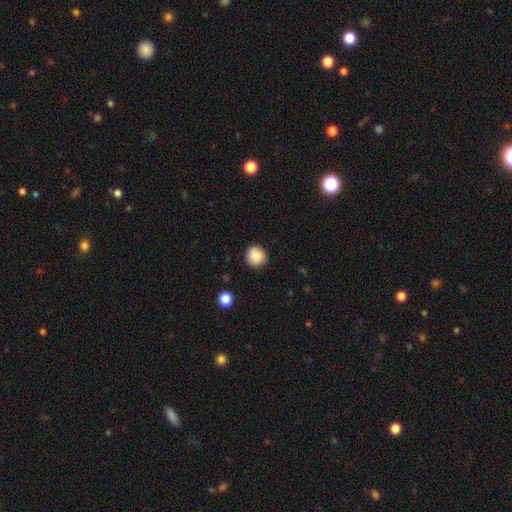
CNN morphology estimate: This appears to be a smooth galaxy with no disk features (87%) that is round (93%). Merging: none (88%).